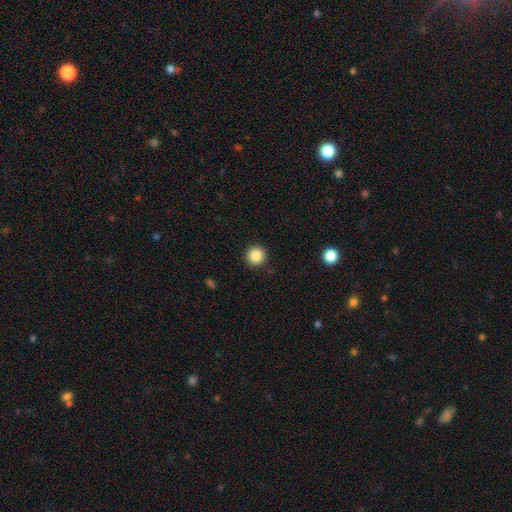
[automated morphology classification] Smooth or featured? smooth (85%)
How rounded? round (95%)
Merging? none (92%)